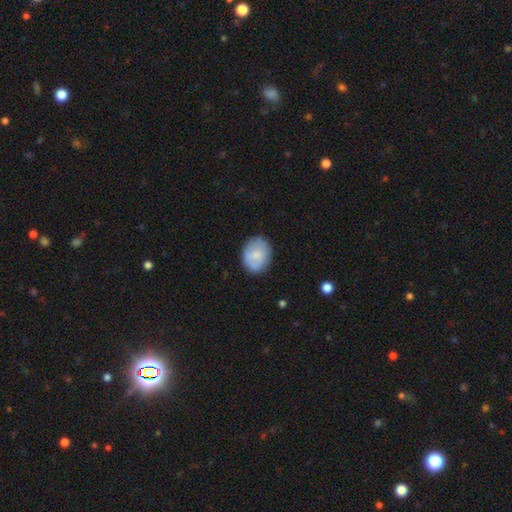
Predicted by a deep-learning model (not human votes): smooth-or-featured: smooth: 77% | featured or disk: 16% | star or artifact: 7%
  how-rounded: in between: 58% | round: 41% | cigar-shaped: 1%
  merging: none: 79% | minor disturbance: 15% | major disturbance: 4% | merger: 2%